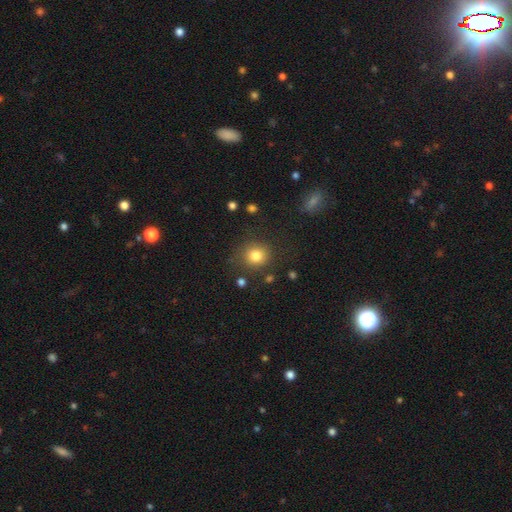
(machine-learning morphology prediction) smooth_or_featured: smooth (p=0.81) [alt: star or artifact p=0.12]
how_rounded: round (p=0.86) [alt: in between p=0.13]
merging: none (p=0.82) [alt: minor disturbance p=0.10]